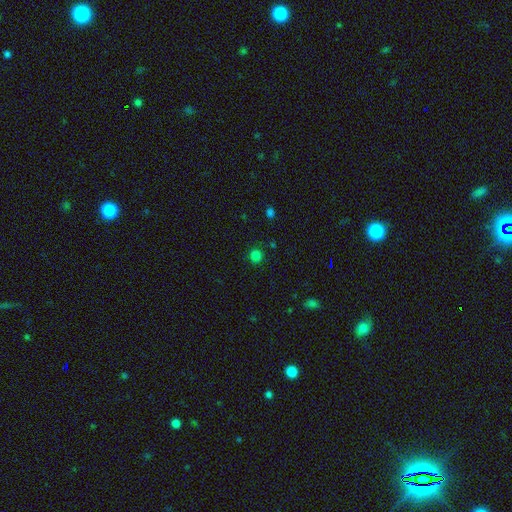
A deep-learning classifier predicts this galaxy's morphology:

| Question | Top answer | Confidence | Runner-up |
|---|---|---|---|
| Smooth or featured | smooth | 79% | star or artifact (18%) |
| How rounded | round | 93% | in between (6%) |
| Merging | none | 89% | minor disturbance (7%) |